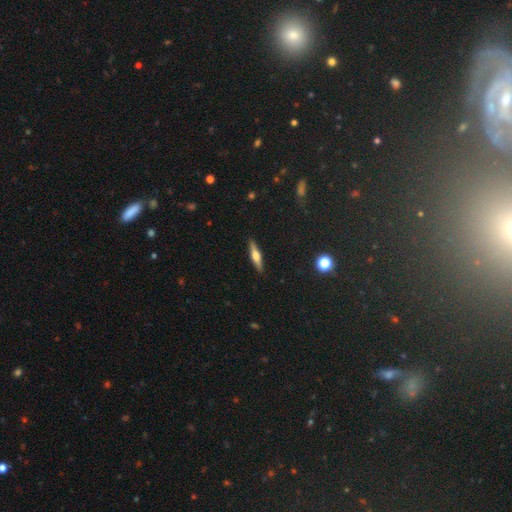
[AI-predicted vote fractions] Morphology: type=featured or disk (53%); edge-on=yes (96%); edge-on bulge=rounded (85%); merging=none (90%).